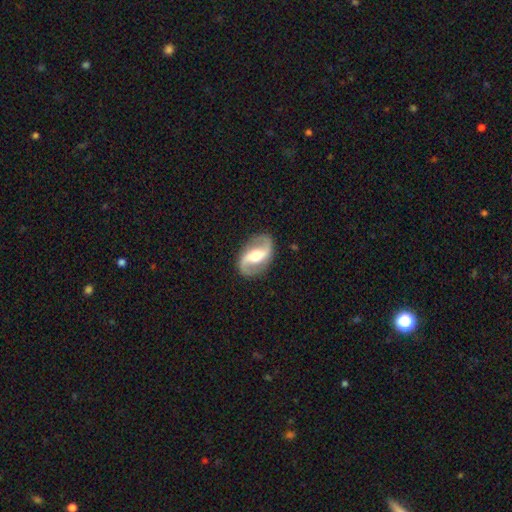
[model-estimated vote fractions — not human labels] This appears to be a featured or disk galaxy (87%) with a weak bar (40%), 2 (94%) loose (53%) spiral arms (94%) and a moderate central bulge (61%). Merging: none (87%).